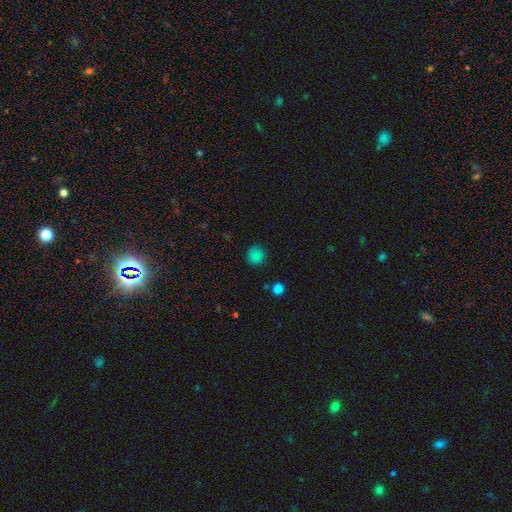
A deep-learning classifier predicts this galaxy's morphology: Smooth or featured? Predicted: smooth (p=0.82). How rounded? Predicted: round (p=0.93). Merging? Predicted: none (p=0.87).